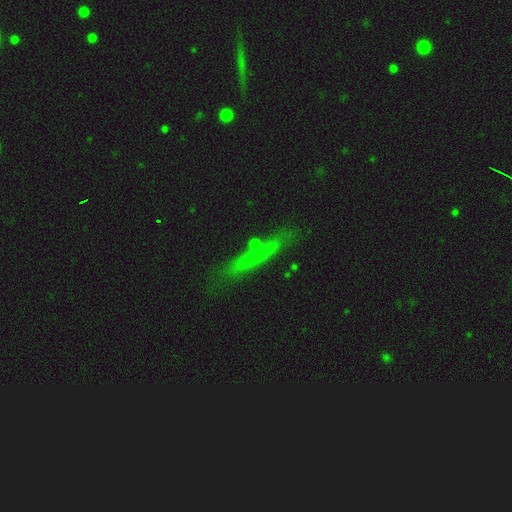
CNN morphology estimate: Smooth or featured? smooth (53%)
How rounded? cigar-shaped (90%)
Merging? none (78%)